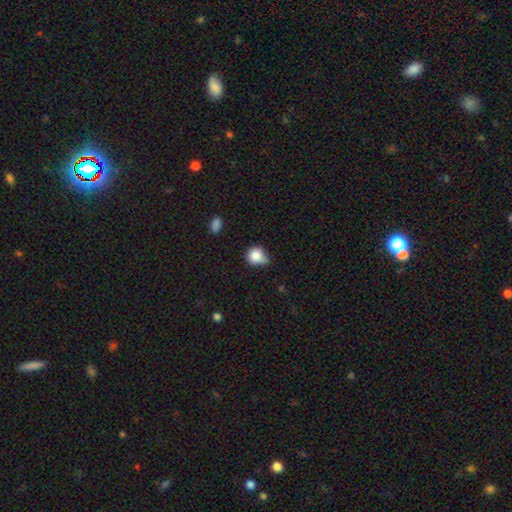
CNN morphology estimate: Smooth or featured? smooth (83%)
How rounded? round (82%)
Merging? none (52%)